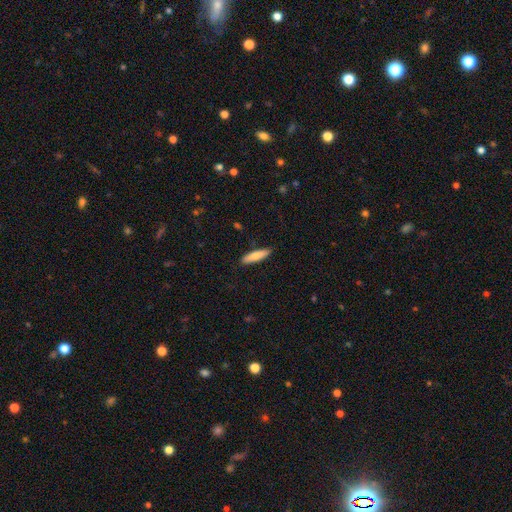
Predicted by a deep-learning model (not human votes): smooth_or_featured: smooth (p=0.79) [alt: featured or disk p=0.15]
how_rounded: cigar-shaped (p=0.75) [alt: in between p=0.24]
merging: none (p=0.88) [alt: minor disturbance p=0.09]